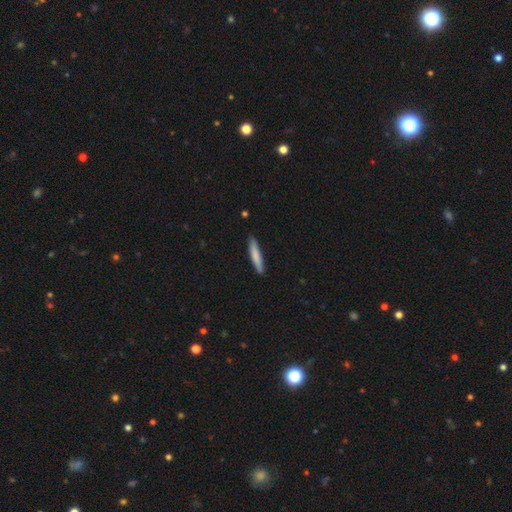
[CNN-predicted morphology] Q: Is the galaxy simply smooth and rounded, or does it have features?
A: smooth — 79%.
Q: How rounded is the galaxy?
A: cigar-shaped — 90%.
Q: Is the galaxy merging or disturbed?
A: none — 87%.